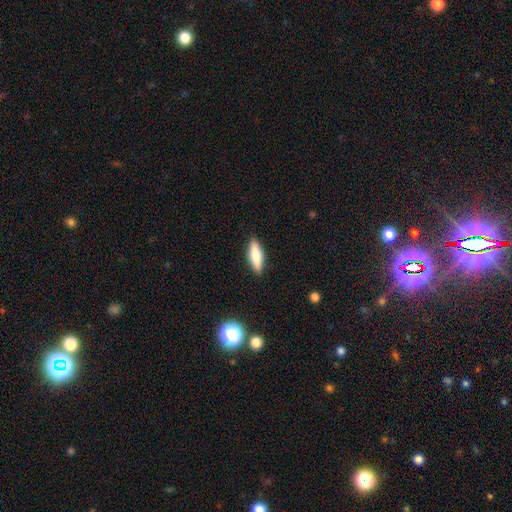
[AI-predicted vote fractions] Smooth or featured: smooth — 70% (featured or disk — 23%)
How rounded: cigar-shaped — 53% (in between — 45%)
Merging: none — 89% (minor disturbance — 8%)